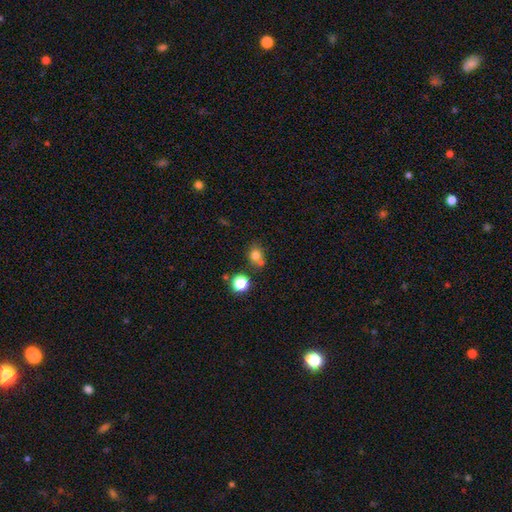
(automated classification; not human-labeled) smooth-or-featured: smooth: 77% | star or artifact: 15% | featured or disk: 8%
  how-rounded: round: 72% | in between: 27% | cigar-shaped: 1%
  merging: none: 60% | merger: 25% | minor disturbance: 12% | major disturbance: 4%